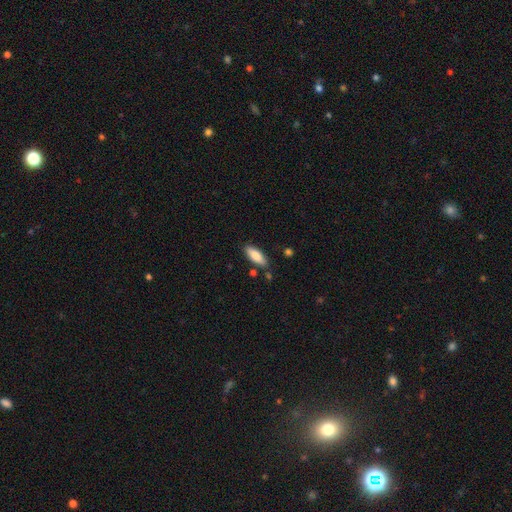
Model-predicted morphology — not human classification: A smooth galaxy with no disk features (84%) that is in between round and cigar-shaped (70%). Merging: none (81%).